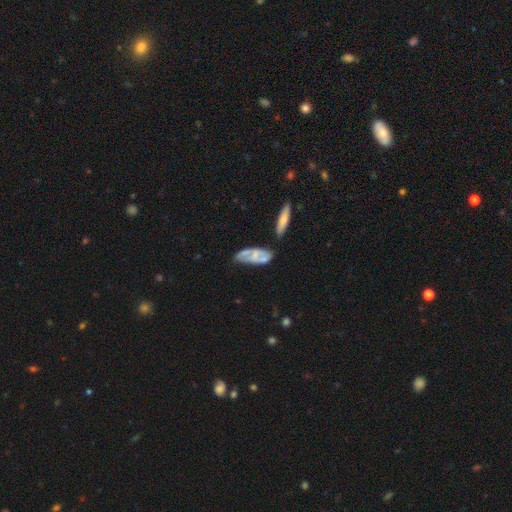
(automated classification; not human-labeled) Smooth or featured?
  - featured or disk: 51% *
  - smooth: 42%
  - star or artifact: 7%
Edge-on disk?
  - no: 84% *
  - yes: 16%
Merging?
  - none: 46% *
  - minor disturbance: 27%
  - merger: 15%
  - major disturbance: 12%